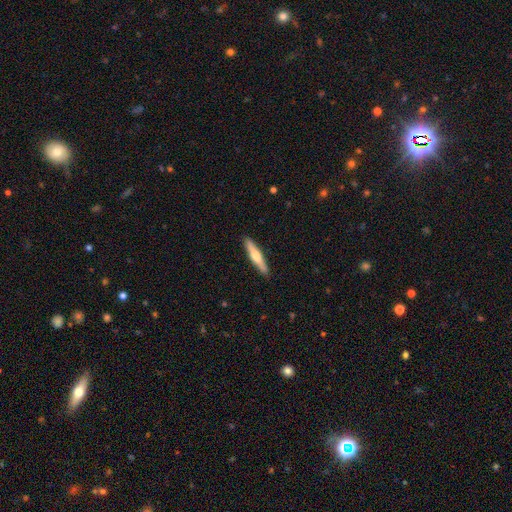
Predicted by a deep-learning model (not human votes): This appears to be a smooth galaxy with no disk features (49%). Merging: none (91%).